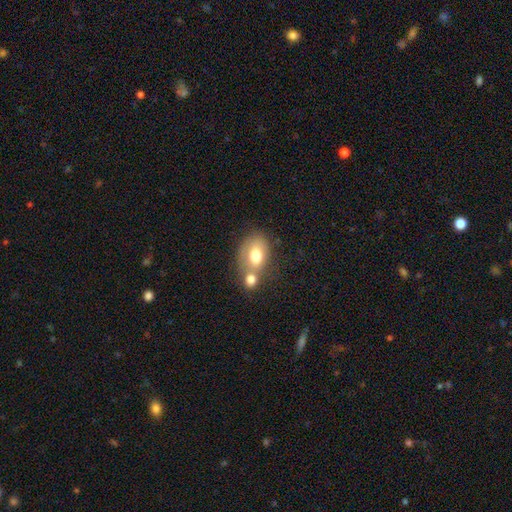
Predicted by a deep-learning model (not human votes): The model was most divided on "merging": merger: 47%, none: 34%, minor disturbance: 13%, major disturbance: 6%. More confident: how rounded — in between (76%); smooth or featured — smooth (72%).